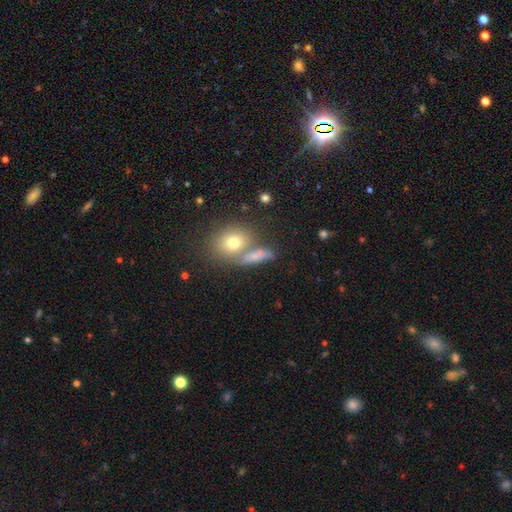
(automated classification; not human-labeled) Smooth or featured? Predicted: smooth (p=0.69). How rounded? Predicted: in between (p=0.48). Merging? Predicted: none (p=0.50).